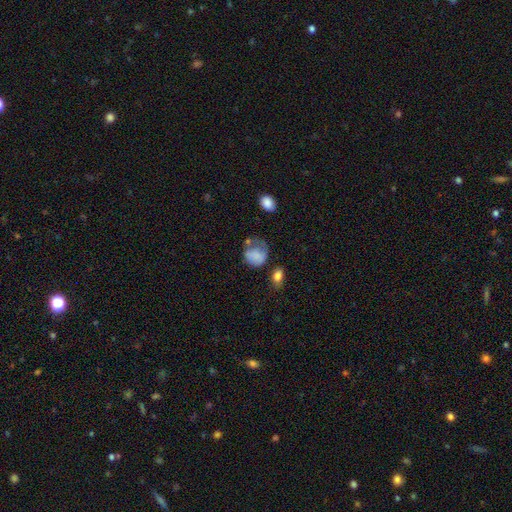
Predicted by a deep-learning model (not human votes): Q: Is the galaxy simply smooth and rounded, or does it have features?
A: smooth — 72%.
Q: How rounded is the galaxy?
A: round — 60%.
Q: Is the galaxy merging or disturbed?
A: major disturbance — 36%.